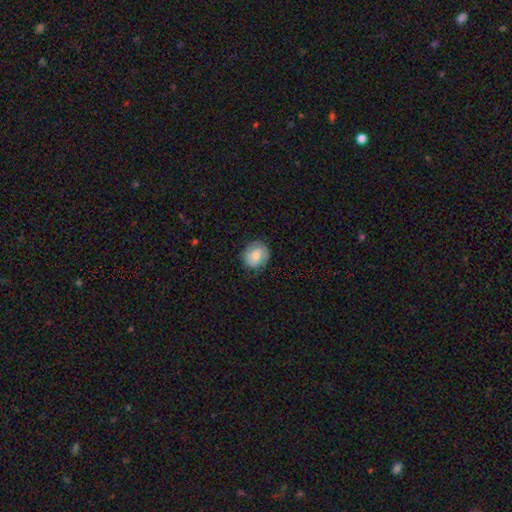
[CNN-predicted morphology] smooth 75%, featured or disk 18%, star or artifact 7%. Down the decision tree: how rounded — round (83%); merging — none (82%).